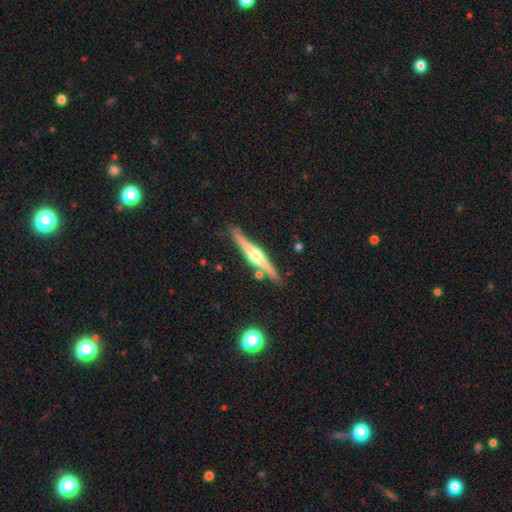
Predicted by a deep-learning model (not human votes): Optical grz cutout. It shows a featured or disk galaxy (77%) viewed edge-on (98%) with a rounded central bulge (93%). Merging: none (85%).